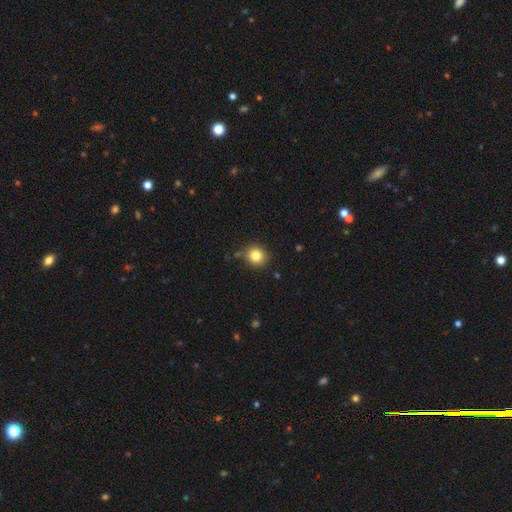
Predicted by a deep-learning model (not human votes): A smooth galaxy with no disk features (82%) that is round (87%).

Vote fractions:
- Smooth or featured? smooth: 82% / star or artifact: 12% / featured or disk: 7%
- How rounded? round: 87% / in between: 12% / cigar-shaped: 1%
- Merging? none: 82% / minor disturbance: 12% / merger: 3% / major disturbance: 3%